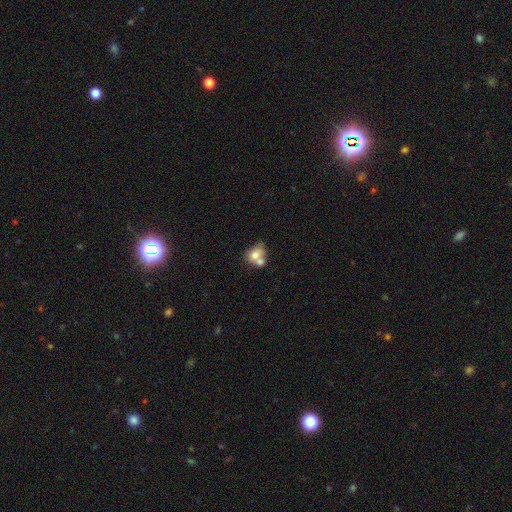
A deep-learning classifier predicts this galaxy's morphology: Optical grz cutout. It shows a smooth galaxy with no disk features (68%) that is round (50%). Merging: merger (56%).